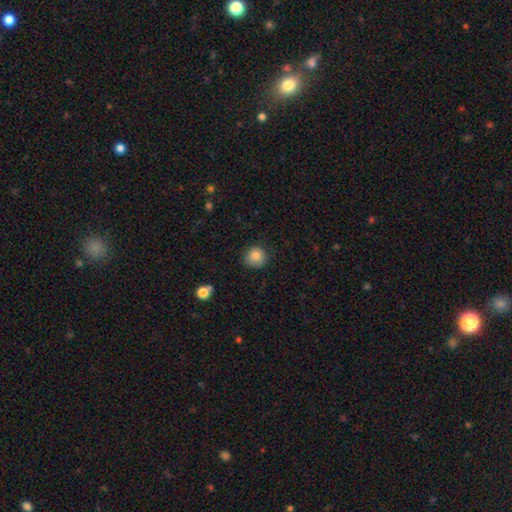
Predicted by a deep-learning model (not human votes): A smooth galaxy with no disk features (83%) that is round (91%).

Vote fractions:
- Smooth or featured? smooth: 83% / star or artifact: 10% / featured or disk: 7%
- How rounded? round: 91% / in between: 8% / cigar-shaped: 1%
- Merging? none: 83% / minor disturbance: 13% / major disturbance: 3% / merger: 1%